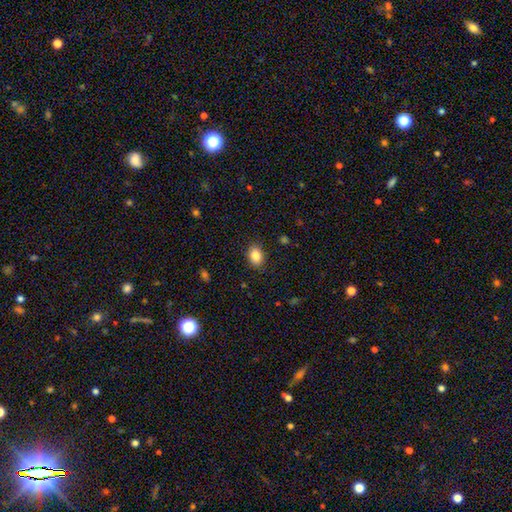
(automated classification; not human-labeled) Overall: smooth (86%). How rounded: in between (75%). Merging: none (86%).